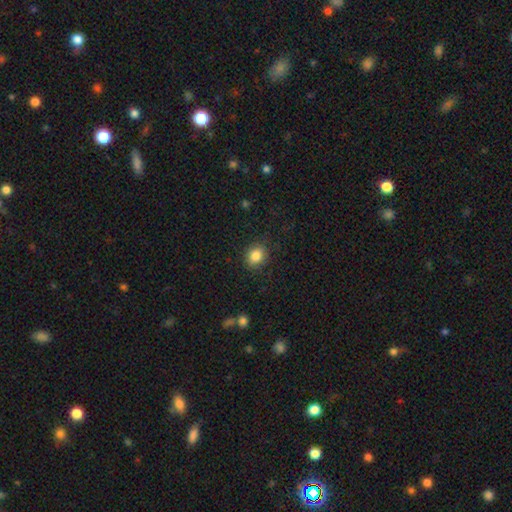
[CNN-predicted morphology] Smooth or featured: smooth — 85% (star or artifact — 9%)
How rounded: round — 60% (in between — 40%)
Merging: none — 86% (minor disturbance — 10%)